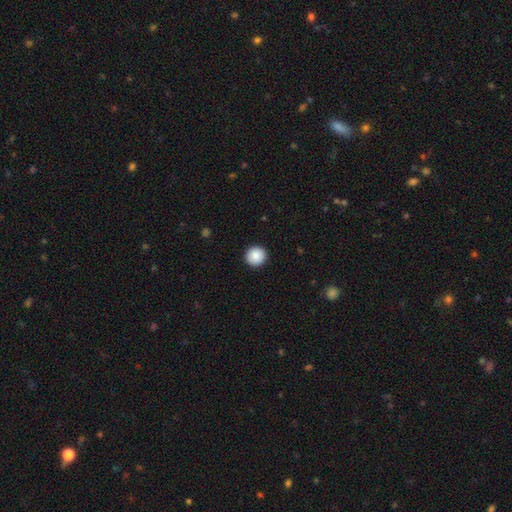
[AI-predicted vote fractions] This is clearly a smooth galaxy (88%). How rounded: clearly round (94%). Merging: clearly none (93%).